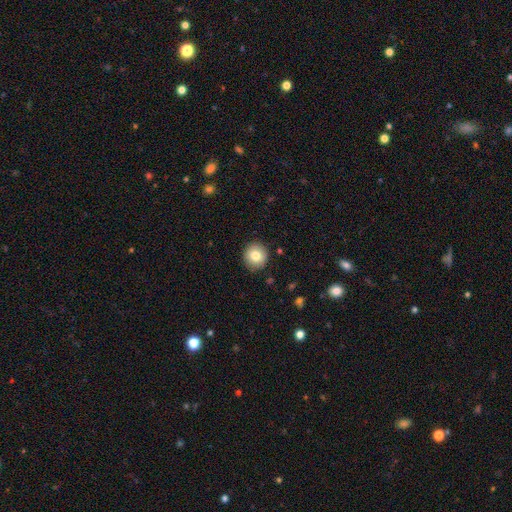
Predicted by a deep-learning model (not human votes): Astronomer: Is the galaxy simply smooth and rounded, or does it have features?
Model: smooth — 81%.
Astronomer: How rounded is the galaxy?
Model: round — 92%.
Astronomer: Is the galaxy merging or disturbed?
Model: none — 91%.